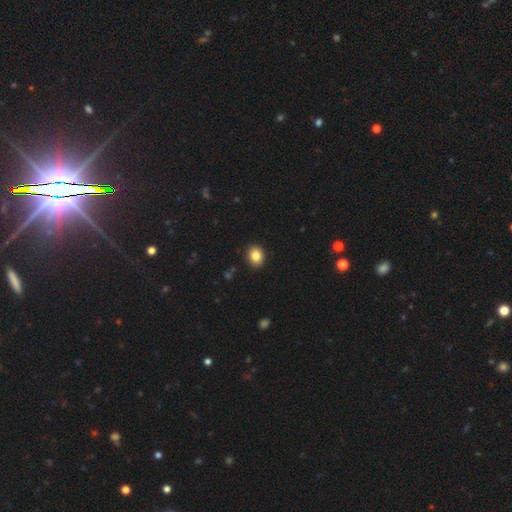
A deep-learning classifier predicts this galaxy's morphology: smooth 85%, star or artifact 9%, featured or disk 6%. Down the decision tree: how rounded — round (55%); merging — none (91%).